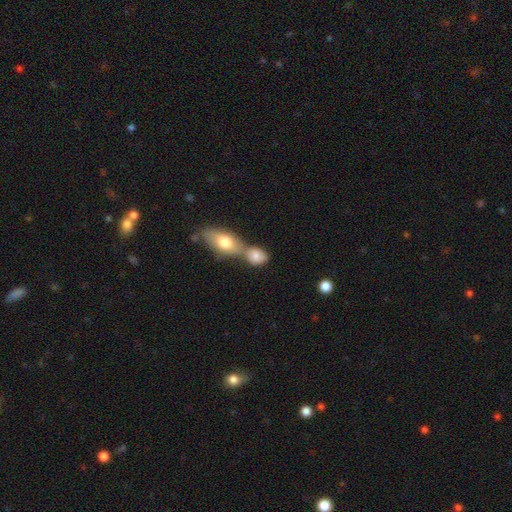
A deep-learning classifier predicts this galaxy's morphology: Smooth or featured? Predicted: smooth (p=0.79). How rounded? Predicted: in between (p=0.64). Merging? Predicted: merger (p=0.56).